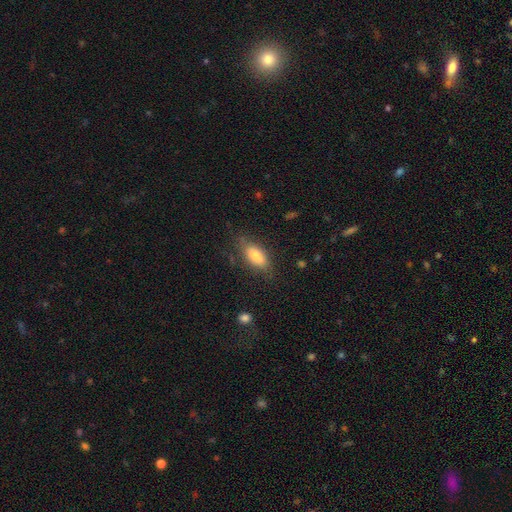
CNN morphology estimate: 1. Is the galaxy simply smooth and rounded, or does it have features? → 78% smooth, 15% featured or disk, 7% star or artifact.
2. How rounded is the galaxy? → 84% in between, 13% cigar-shaped, 3% round.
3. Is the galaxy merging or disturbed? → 73% none, 19% minor disturbance, 6% major disturbance, 2% merger.